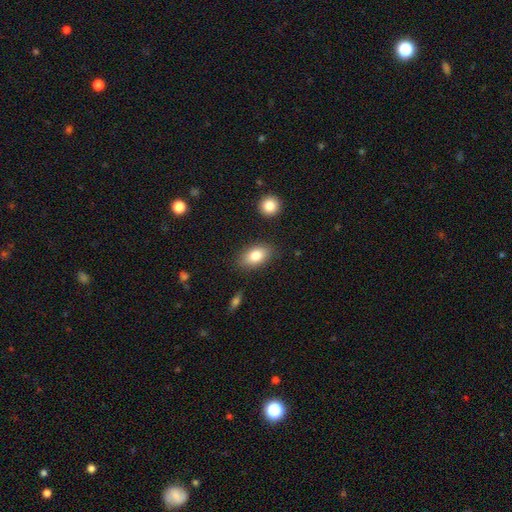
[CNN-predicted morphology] smooth-or-featured: smooth: 81% | featured or disk: 12% | star or artifact: 8%
  how-rounded: in between: 88% | round: 9% | cigar-shaped: 2%
  merging: none: 84% | minor disturbance: 11% | major disturbance: 3% | merger: 2%